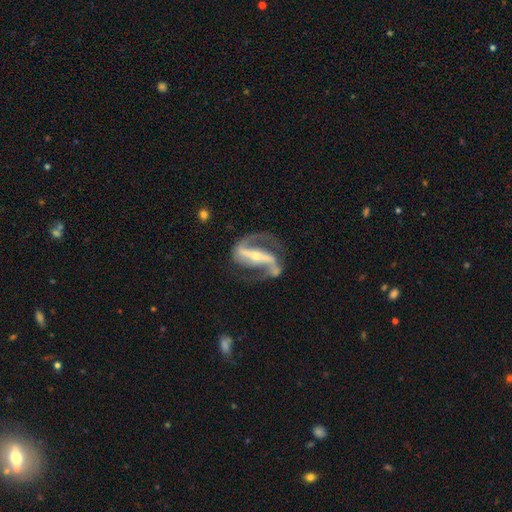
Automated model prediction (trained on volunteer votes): Smooth or featured?
  - featured or disk: 92% *
  - star or artifact: 4%
  - smooth: 4%
Edge-on disk?
  - no: 95% *
  - yes: 5%
Bar?
  - strong: 74% *
  - weak: 16%
  - no: 10%
Spiral arms?
  - yes: 97% *
  - no: 3%
Spiral winding?
  - medium: 47% *
  - loose: 36%
  - tight: 17%
Spiral arm count?
  - 2: 92% *
  - 1: 3%
  - can't tell: 2%
  - 3: 1%
  - 4: 1%
  - more than 4: 1%
Bulge size?
  - small: 67% *
  - moderate: 29%
  - none: 2%
  - large: 2%
  - dominant: 1%
Merging?
  - none: 69% *
  - minor disturbance: 16%
  - major disturbance: 11%
  - merger: 3%